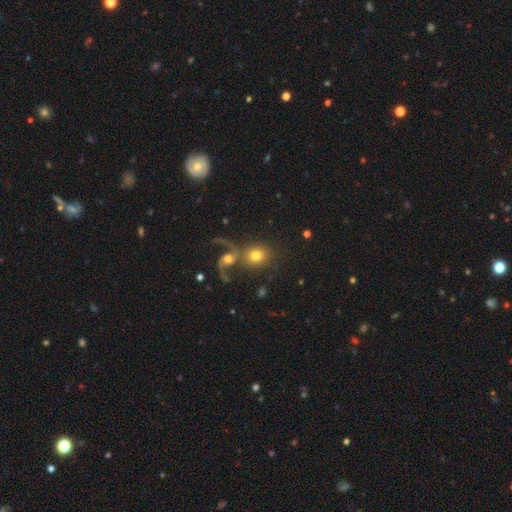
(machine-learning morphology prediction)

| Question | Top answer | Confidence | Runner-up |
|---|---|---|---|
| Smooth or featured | smooth | 65% | featured or disk (25%) |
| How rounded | round | 71% | in between (28%) |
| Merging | none | 47% | merger (36%) |